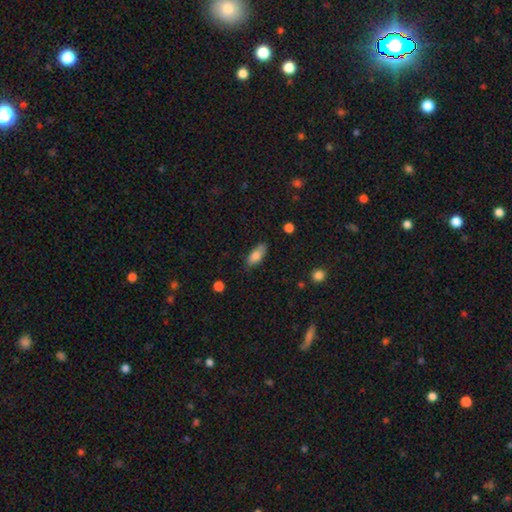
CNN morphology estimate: A smooth galaxy with no disk features (83%) that is in between round and cigar-shaped (83%). Merging: none (77%).